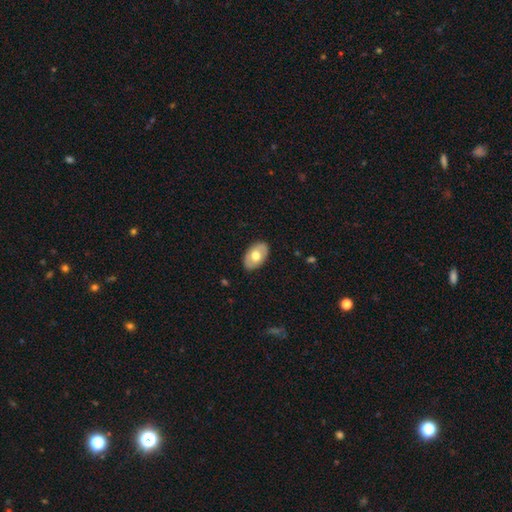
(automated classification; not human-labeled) Smooth or featured? smooth (59%)
How rounded? in between (91%)
Merging? none (85%)